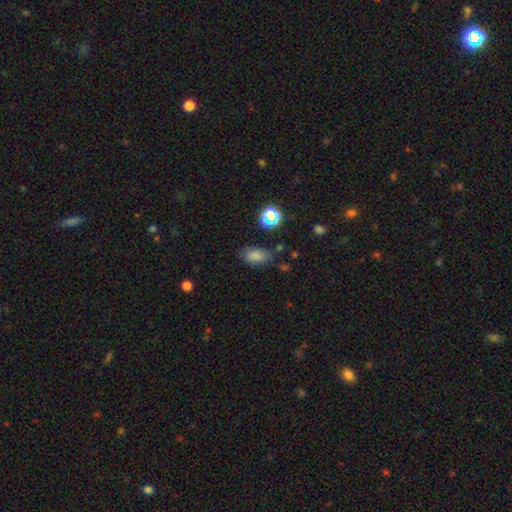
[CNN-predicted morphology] type=smooth (78%); roundness=in between (88%); merging=none (72%).